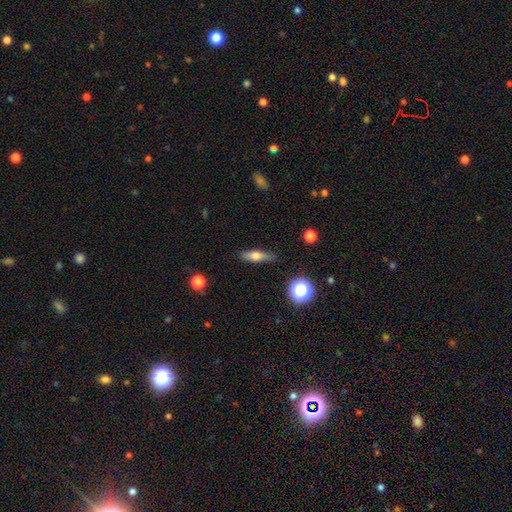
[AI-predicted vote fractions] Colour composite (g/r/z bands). It shows a smooth galaxy with no disk features (61%) that is cigar-shaped (58%). Merging: none (83%).